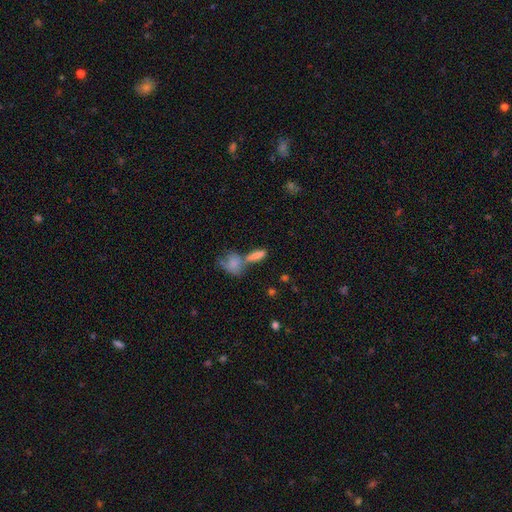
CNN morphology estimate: smooth-or-featured: smooth: 56% | featured or disk: 23% | star or artifact: 20%
  how-rounded: in between: 64% | round: 20% | cigar-shaped: 16%
  merging: merger: 42% | none: 40% | minor disturbance: 11% | major disturbance: 6%